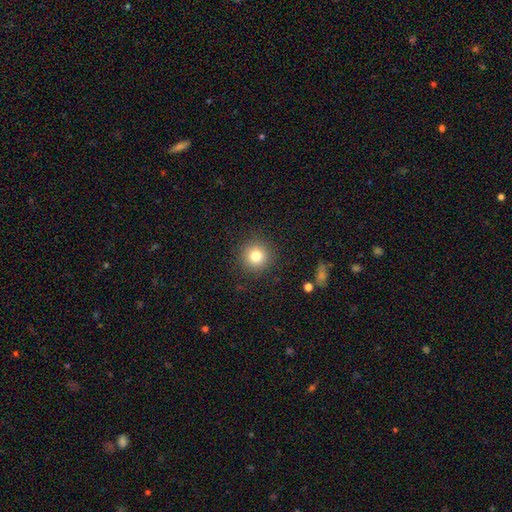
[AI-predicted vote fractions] smooth_or_featured: smooth (p=0.80) [alt: star or artifact p=0.12]
how_rounded: round (p=0.94) [alt: in between p=0.05]
merging: none (p=0.89) [alt: minor disturbance p=0.07]